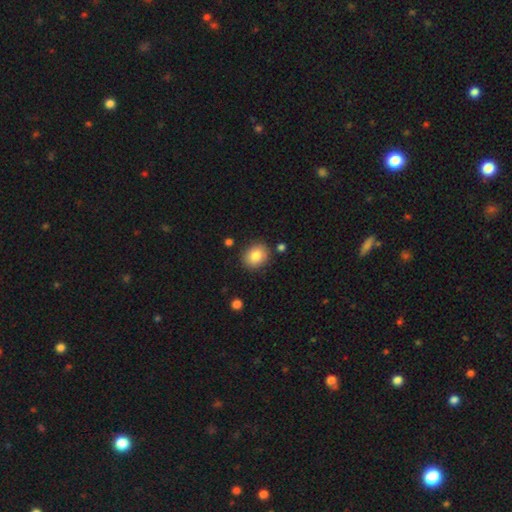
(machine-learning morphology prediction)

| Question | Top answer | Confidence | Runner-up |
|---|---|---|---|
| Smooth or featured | smooth | 84% | star or artifact (9%) |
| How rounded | round | 66% | in between (33%) |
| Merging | none | 86% | minor disturbance (9%) |